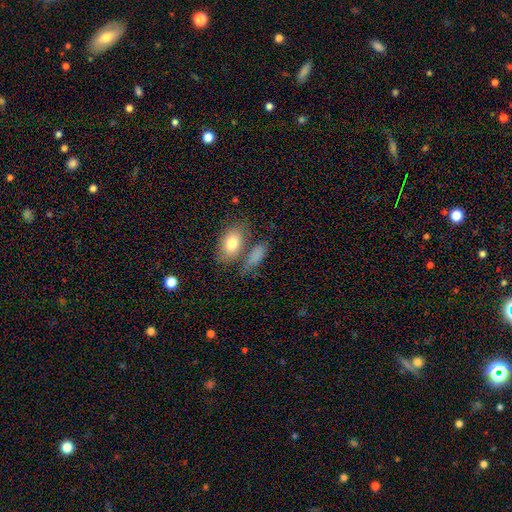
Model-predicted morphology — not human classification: This is likely a smooth galaxy (78%). How rounded: likely in between (77%). Merging: possibly none (52%).